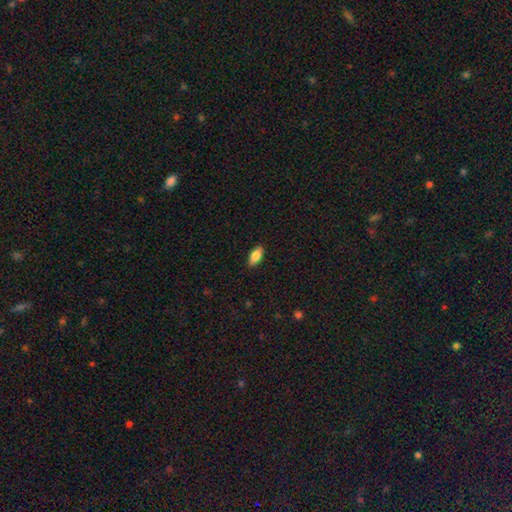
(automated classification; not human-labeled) Smooth or featured? smooth (84%)
How rounded? in between (88%)
Merging? none (89%)